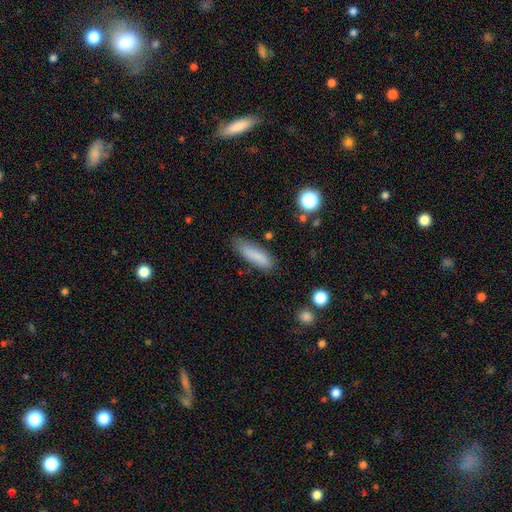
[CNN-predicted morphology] smooth_or_featured: smooth (p=0.83) [alt: featured or disk p=0.09]
how_rounded: cigar-shaped (p=0.61) [alt: in between p=0.37]
merging: none (p=0.76) [alt: minor disturbance p=0.17]